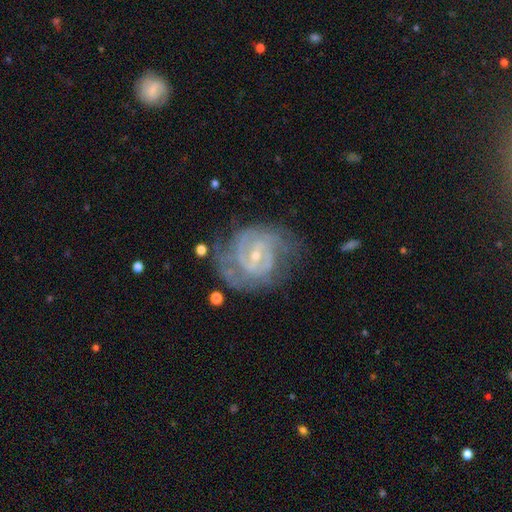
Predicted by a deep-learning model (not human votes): smooth-or-featured: featured or disk: 86% | smooth: 8% | star or artifact: 6%
  disk-edge-on: no: 97% | yes: 3%
    bar: weak: 51% | no: 34% | strong: 16%
    has-spiral-arms: yes: 94% | no: 6%
      spiral-winding: tight: 59% | medium: 33% | loose: 8%
      spiral-arm-count: 2: 38% | can't tell: 29% | 3: 16% | 4: 7% | 1: 5% | more than 4: 4%
    bulge-size: small: 74% | moderate: 23% | none: 2% | large: 1% | dominant: 1%
  merging: none: 63% | minor disturbance: 22% | major disturbance: 12% | merger: 3%